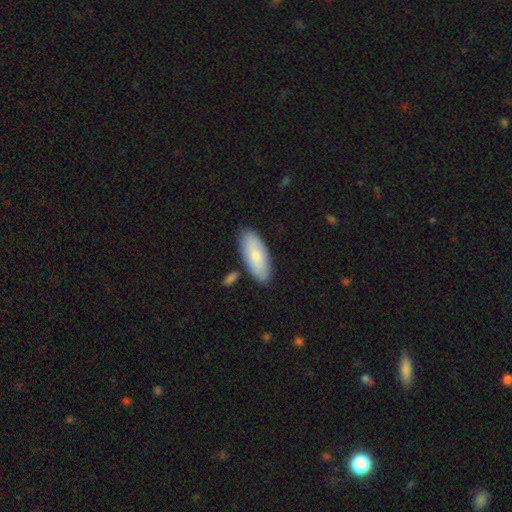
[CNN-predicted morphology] Q: Smooth or featured?
A: smooth (77%); runner-up: featured or disk (18%)
Q: How rounded?
A: in between (84%); runner-up: cigar-shaped (15%)
Q: Merging?
A: none (83%); runner-up: minor disturbance (12%)